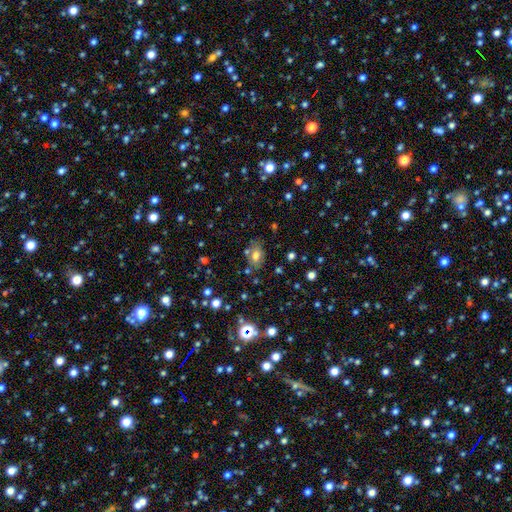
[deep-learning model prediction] Smooth or featured?
  - smooth: 72% *
  - featured or disk: 15%
  - star or artifact: 13%
How rounded?
  - in between: 81% *
  - round: 18%
  - cigar-shaped: 2%
Merging?
  - none: 70% *
  - minor disturbance: 17%
  - merger: 8%
  - major disturbance: 5%